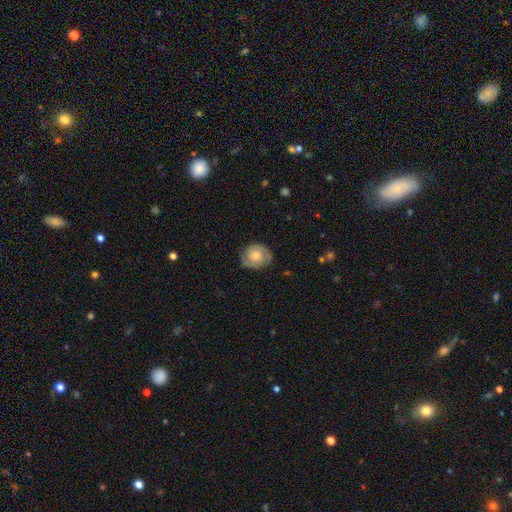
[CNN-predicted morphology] Smooth or featured? featured or disk (61%)
Edge-on disk? no (97%)
Bar? no (73%)
Spiral arms? yes (89%)
Spiral winding? tight (56%)
Spiral arm count? 2 (79%)
Bulge size? moderate (47%)
Merging? none (77%)